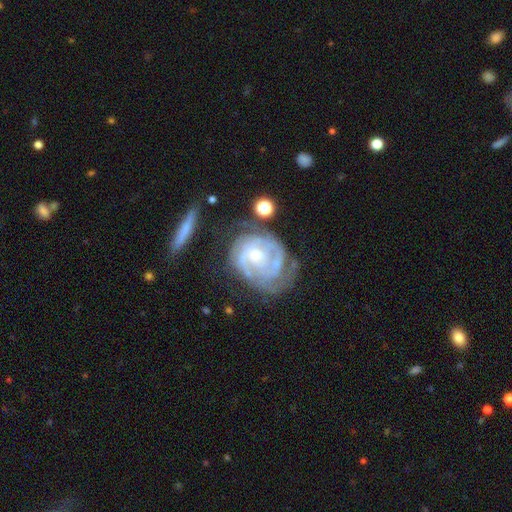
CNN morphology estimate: Smooth or featured? Predicted: featured or disk (p=0.81). Edge-on disk? Predicted: no (p=0.97). Bar? Predicted: no (p=0.67). Spiral arms? Predicted: yes (p=0.86). Spiral winding? Predicted: tight (p=0.63). Spiral arm count? Predicted: can't tell (p=0.38). Bulge size? Predicted: small (p=0.45, tied with moderate). Merging? Predicted: none (p=0.47).